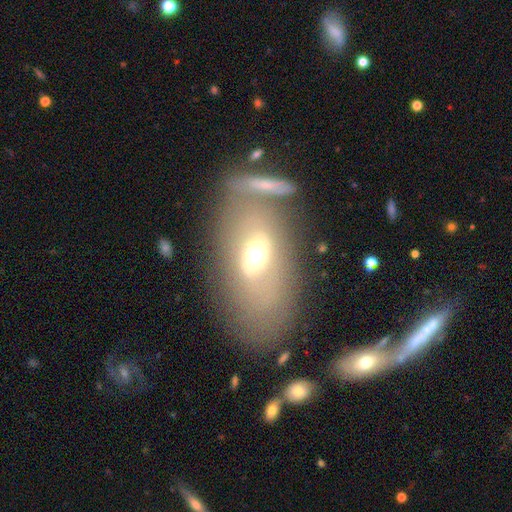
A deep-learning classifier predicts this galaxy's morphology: smooth-or-featured: smooth: 45% | featured or disk: 42% | star or artifact: 12%
  merging: none: 49% | merger: 27% | minor disturbance: 13% | major disturbance: 11%